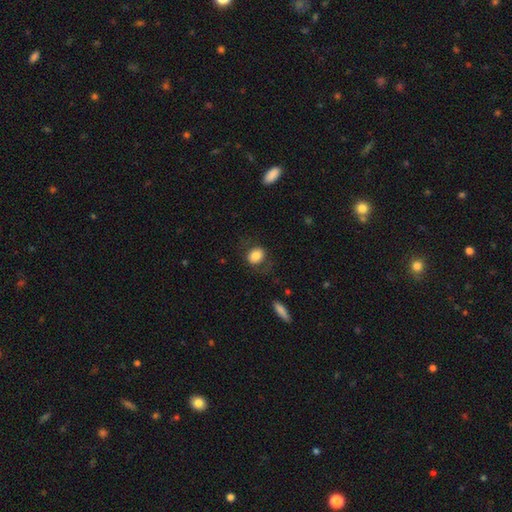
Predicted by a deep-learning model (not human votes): Smooth or featured?
  - smooth: 79% *
  - featured or disk: 13%
  - star or artifact: 8%
How rounded?
  - round: 54% *
  - in between: 45%
  - cigar-shaped: 1%
Merging?
  - none: 72% *
  - minor disturbance: 16%
  - major disturbance: 11%
  - merger: 1%